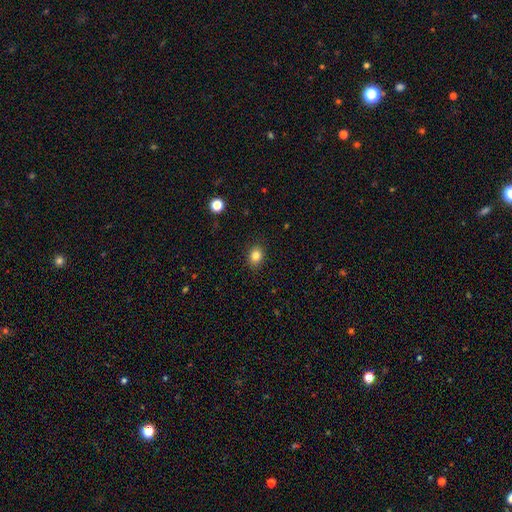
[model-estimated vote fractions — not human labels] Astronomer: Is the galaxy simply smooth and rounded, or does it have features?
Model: smooth — 84%.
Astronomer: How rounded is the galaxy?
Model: in between — 53% (runner-up: round, 46%).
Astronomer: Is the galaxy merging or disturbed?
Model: none — 88%.